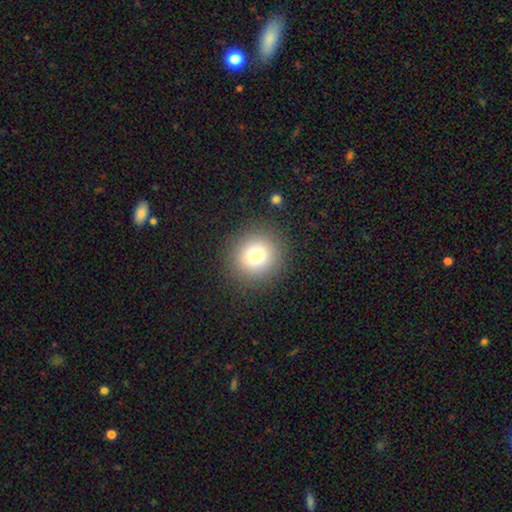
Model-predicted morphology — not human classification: This is likely a smooth galaxy (76%). How rounded: clearly round (94%). Merging: clearly none (89%).